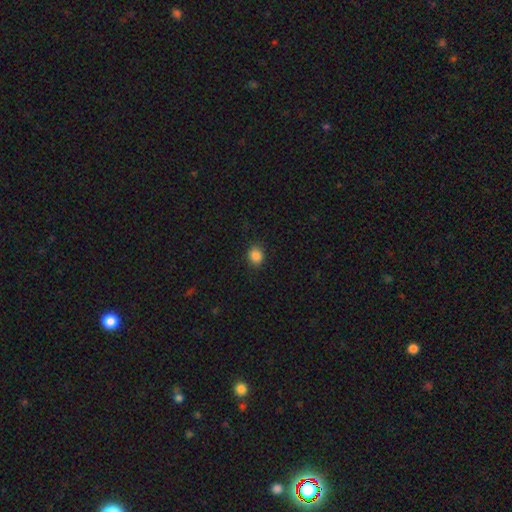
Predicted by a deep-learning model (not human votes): Q: Smooth or featured?
A: smooth (86%); runner-up: star or artifact (11%)
Q: How rounded?
A: round (69%); runner-up: in between (30%)
Q: Merging?
A: none (87%); runner-up: minor disturbance (9%)